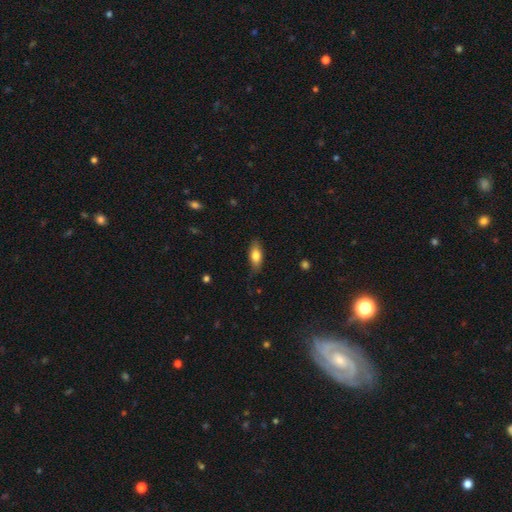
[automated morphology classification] This appears to be a smooth galaxy with no disk features (76%) that is in between round and cigar-shaped (79%). Merging: none (78%).